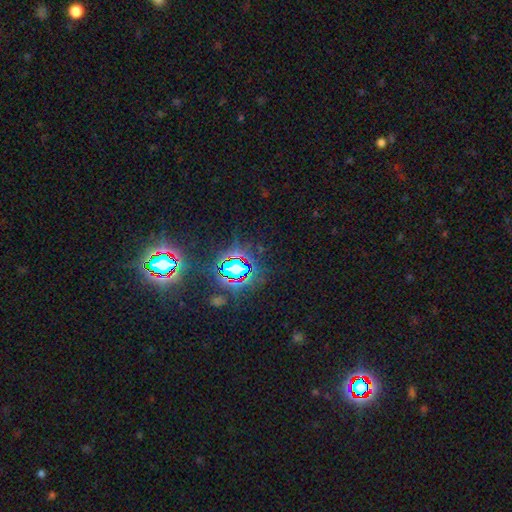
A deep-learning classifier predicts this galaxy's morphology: This is likely a star or artifact rather than a galaxy (79%).